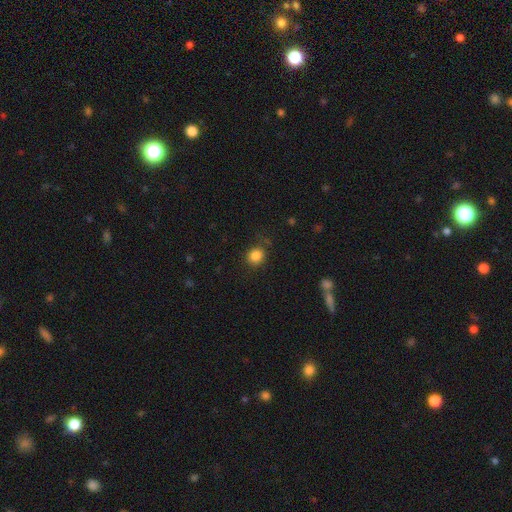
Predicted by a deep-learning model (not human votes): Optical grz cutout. It shows a smooth galaxy with no disk features (84%) that is round (84%). Merging: none (80%).